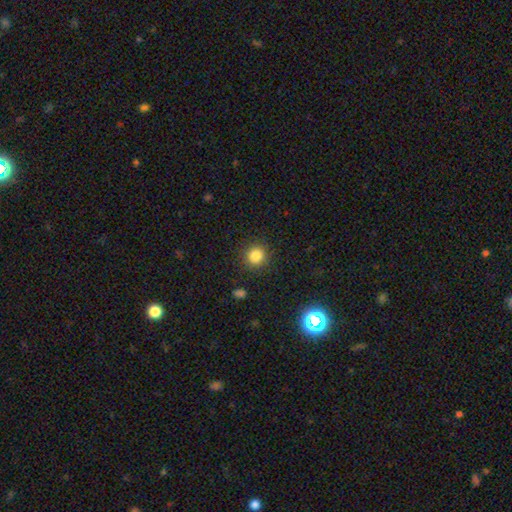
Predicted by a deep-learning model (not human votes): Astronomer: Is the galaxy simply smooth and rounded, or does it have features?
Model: smooth — 83%.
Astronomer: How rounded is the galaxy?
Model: round — 92%.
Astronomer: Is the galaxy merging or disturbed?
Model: none — 89%.